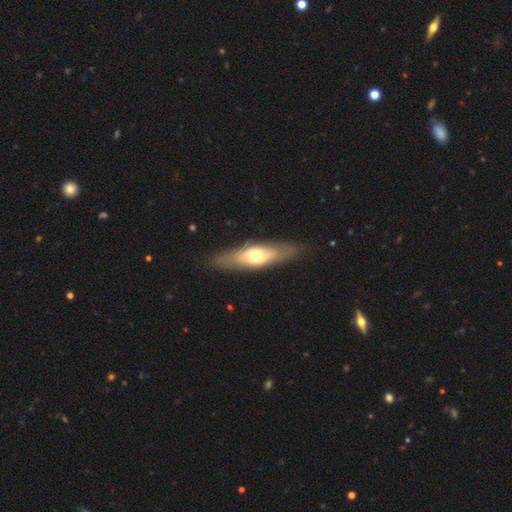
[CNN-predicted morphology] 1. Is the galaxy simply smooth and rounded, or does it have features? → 49% featured or disk, 45% smooth, 6% star or artifact.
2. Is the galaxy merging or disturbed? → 83% none, 12% minor disturbance, 4% major disturbance, 1% merger.